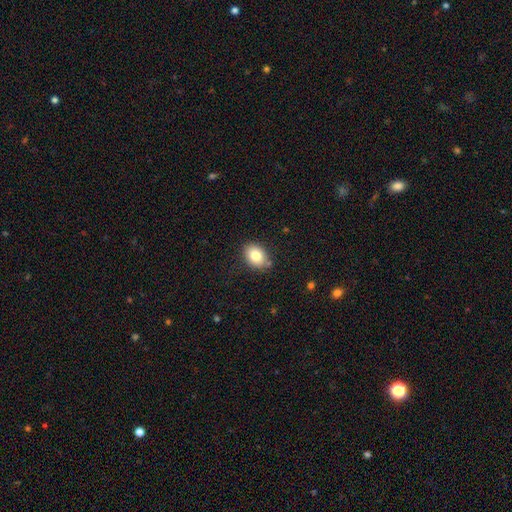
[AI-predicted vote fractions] smooth 81%, featured or disk 10%, star or artifact 9%. Down the decision tree: how rounded — in between (65%); merging — none (84%).